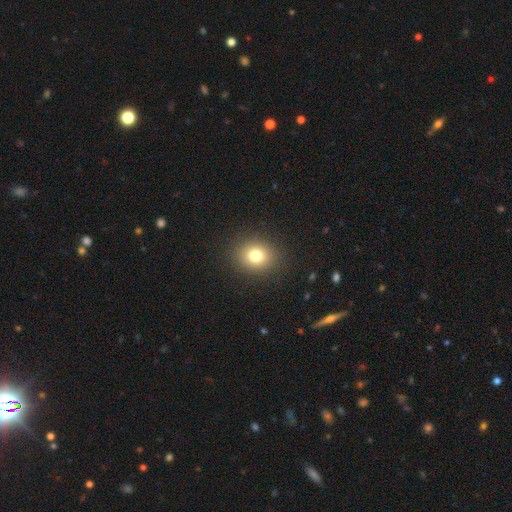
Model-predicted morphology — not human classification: smooth 77%, star or artifact 13%, featured or disk 9%. Down the decision tree: how rounded — round (72%); merging — none (89%).